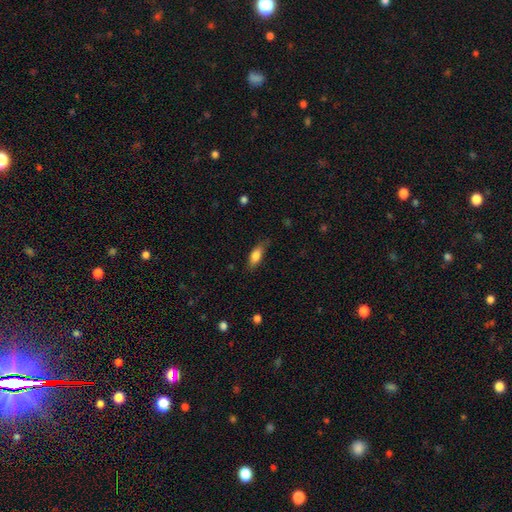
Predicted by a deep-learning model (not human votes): This is likely a smooth galaxy (80%). How rounded: likely in between (77%). Merging: likely none (71%).